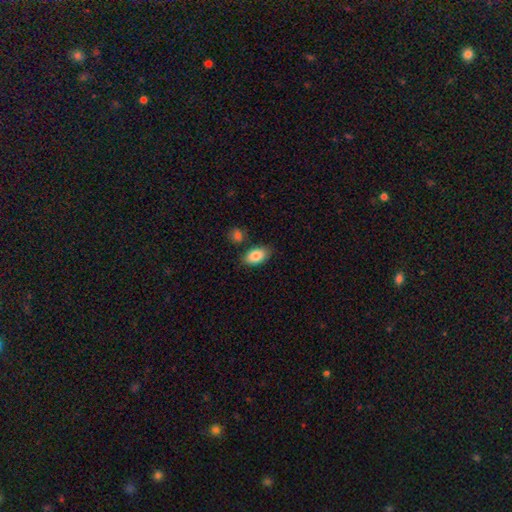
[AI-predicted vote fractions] The model was most divided on "merging": none: 80%, minor disturbance: 12%, merger: 6%, major disturbance: 3%. More confident: how rounded — in between (93%); smooth or featured — smooth (85%).